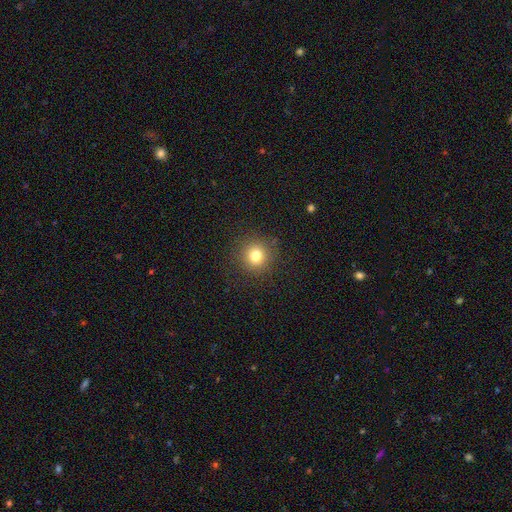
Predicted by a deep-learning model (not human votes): Morphology: type=smooth (78%); roundness=round (94%); merging=none (90%).